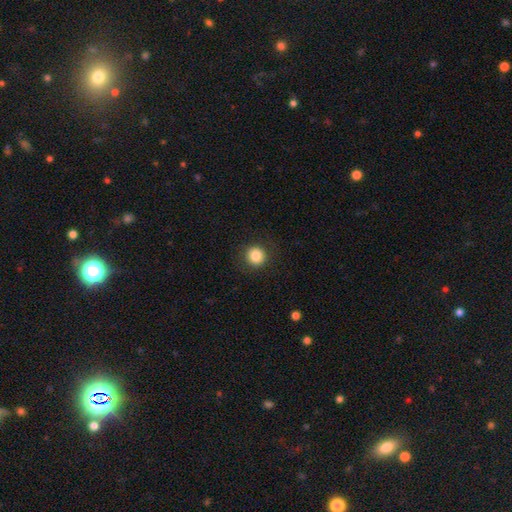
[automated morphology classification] Overall: smooth (83%). How rounded: round (94%). Merging: none (90%).